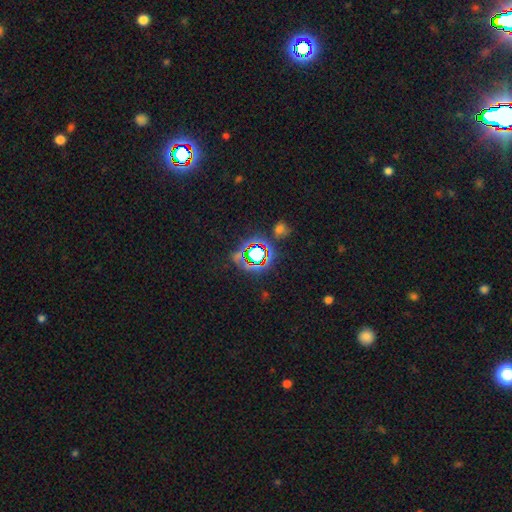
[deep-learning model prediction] Morphology: type=star or artifact (70%).